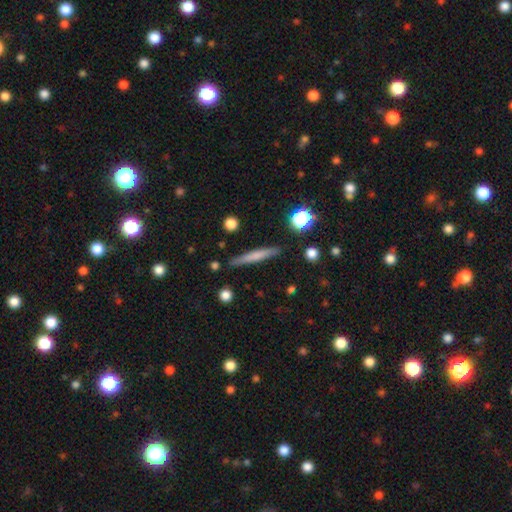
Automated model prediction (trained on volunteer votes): smooth 60%, featured or disk 33%, star or artifact 8%. Down the decision tree: how rounded — cigar-shaped (94%); merging — none (87%).